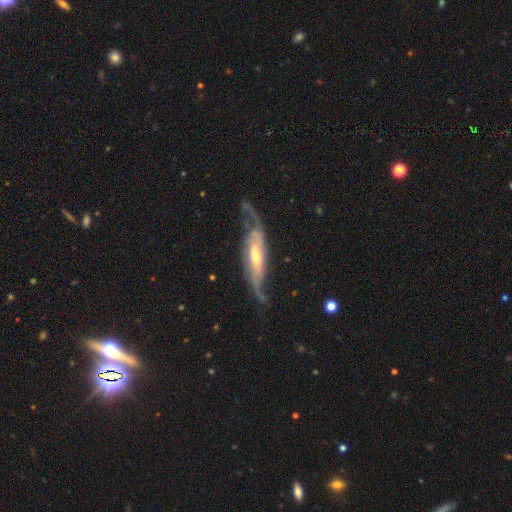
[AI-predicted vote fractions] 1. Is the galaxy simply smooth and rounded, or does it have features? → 84% featured or disk, 11% smooth, 5% star or artifact.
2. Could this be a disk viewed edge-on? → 76% no, 24% yes.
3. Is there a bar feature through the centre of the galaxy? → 41% weak, 34% no, 26% strong.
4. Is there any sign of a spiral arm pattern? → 94% yes, 6% no.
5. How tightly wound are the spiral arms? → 45% loose, 37% medium, 18% tight.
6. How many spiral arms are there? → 77% 2, 12% can't tell, 4% 3, 4% 1, 2% 4, 2% more than 4.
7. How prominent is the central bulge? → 58% moderate, 27% small, 10% large, 3% none, 1% dominant.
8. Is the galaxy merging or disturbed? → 55% none, 22% minor disturbance, 20% major disturbance, 3% merger.